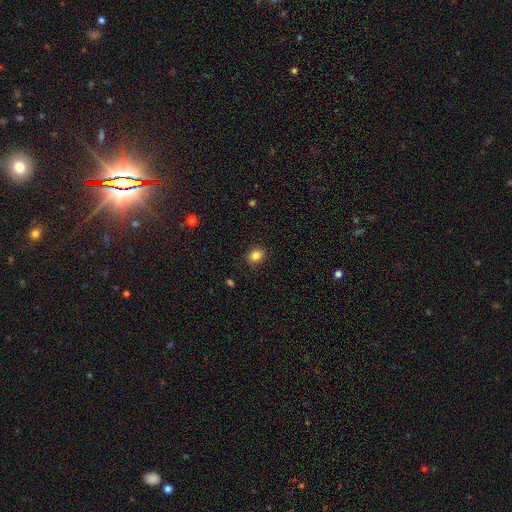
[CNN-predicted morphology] smooth-or-featured: smooth: 84% | star or artifact: 11% | featured or disk: 5%
  how-rounded: round: 67% | in between: 32% | cigar-shaped: 1%
  merging: none: 90% | minor disturbance: 7% | major disturbance: 2% | merger: 1%